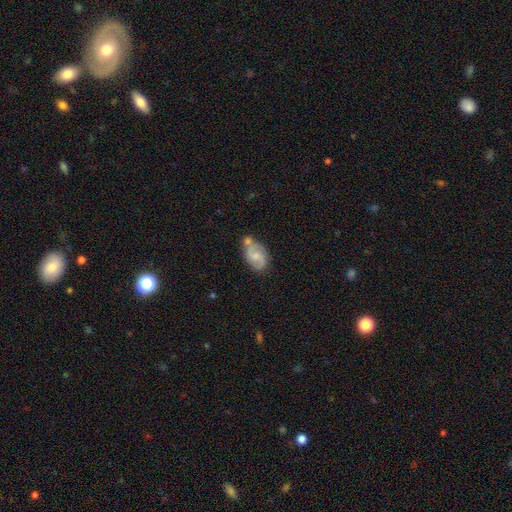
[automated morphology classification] The model was most divided on "bar": no: 52%, weak: 41%, strong: 6%. Remaining: edge-on disk — no (97%); spiral arms — yes (92%); spiral arm count — 2 (87%); smooth or featured — featured or disk (66%); bulge size — small (53%); spiral winding — medium (52%); merging — none (48%).